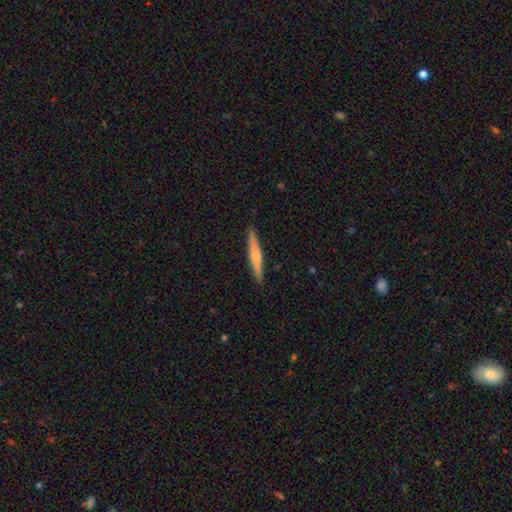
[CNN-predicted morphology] The model was most divided on "smooth or featured": featured or disk: 49%, smooth: 45%, star or artifact: 6%. More confident: merging — none (91%).